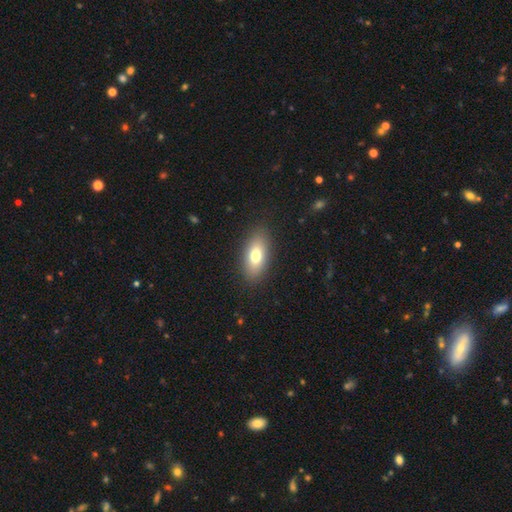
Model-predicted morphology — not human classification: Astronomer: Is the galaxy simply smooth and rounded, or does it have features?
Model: smooth — 74%.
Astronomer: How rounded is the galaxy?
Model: in between — 85%.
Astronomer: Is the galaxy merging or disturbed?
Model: none — 87%.